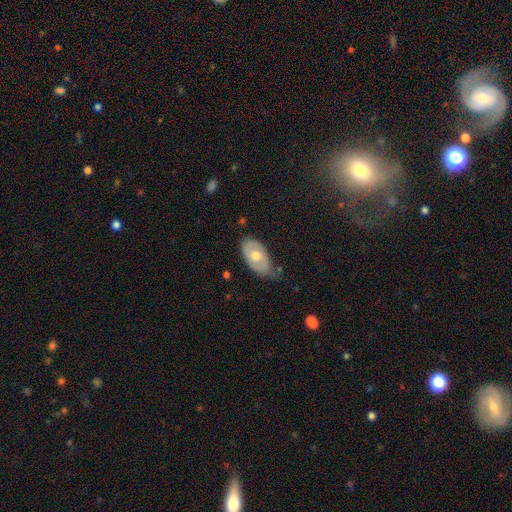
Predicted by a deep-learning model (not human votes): Smooth or featured: smooth — 53% (featured or disk — 40%)
How rounded: in between — 92% (round — 6%)
Merging: none — 52% (minor disturbance — 37%)